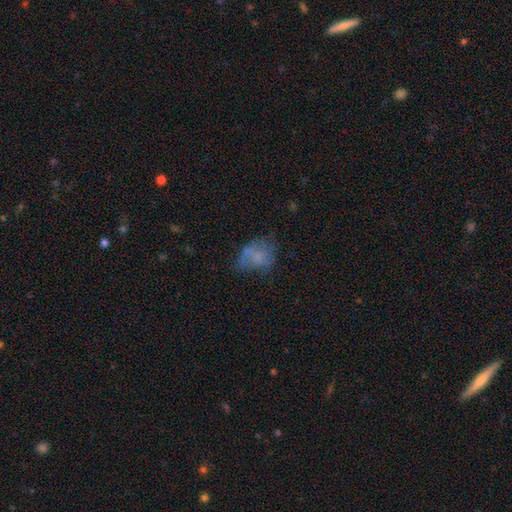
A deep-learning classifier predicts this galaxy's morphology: The model was most divided on "merging": none: 38%, minor disturbance: 27%, major disturbance: 24%, merger: 11%. More confident: how rounded — in between (65%); smooth or featured — smooth (55%).